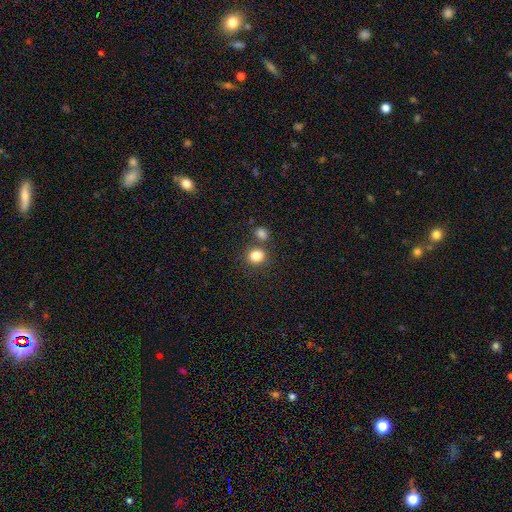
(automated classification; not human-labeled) Morphology: type=smooth (83%); roundness=round (71%); merging=none (68%).